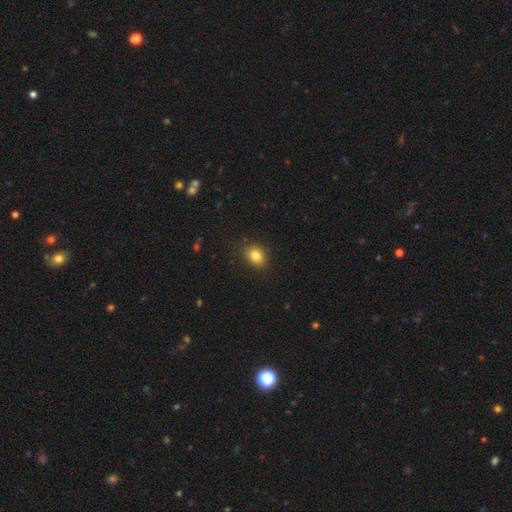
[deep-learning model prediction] Smooth or featured?
  - smooth: 84% *
  - star or artifact: 10%
  - featured or disk: 6%
How rounded?
  - in between: 56% *
  - round: 43%
  - cigar-shaped: 1%
Merging?
  - none: 84% *
  - minor disturbance: 12%
  - major disturbance: 3%
  - merger: 1%